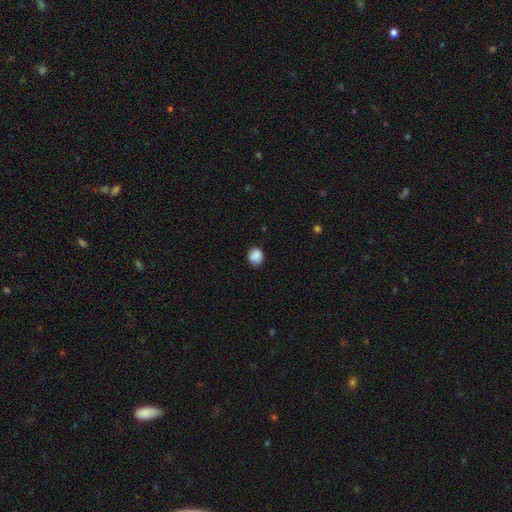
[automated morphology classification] The model was most divided on "how rounded": round: 72%, in between: 27%, cigar-shaped: 1%. More confident: smooth or featured — smooth (86%); merging — none (78%).